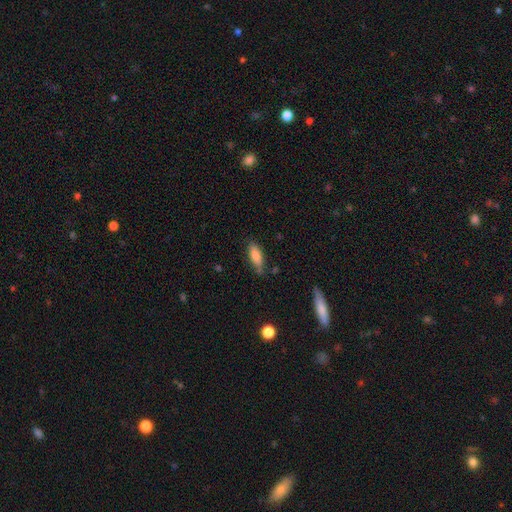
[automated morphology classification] Q: Smooth or featured?
A: smooth (82%); runner-up: featured or disk (12%)
Q: How rounded?
A: in between (68%); runner-up: cigar-shaped (30%)
Q: Merging?
A: none (69%); runner-up: minor disturbance (23%)